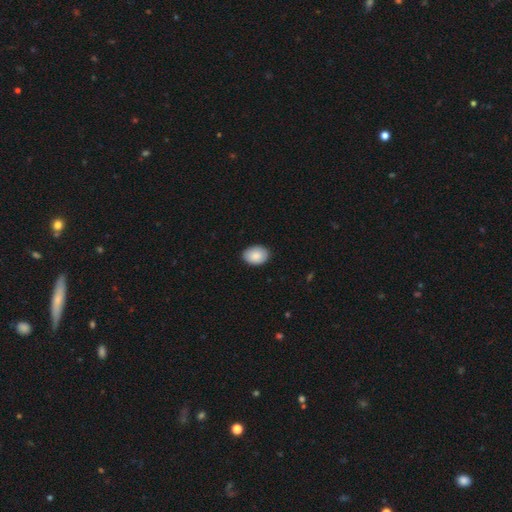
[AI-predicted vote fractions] smooth-or-featured: smooth: 88% | star or artifact: 6% | featured or disk: 6%
  how-rounded: in between: 77% | round: 22% | cigar-shaped: 1%
  merging: none: 88% | minor disturbance: 9% | major disturbance: 2% | merger: 1%